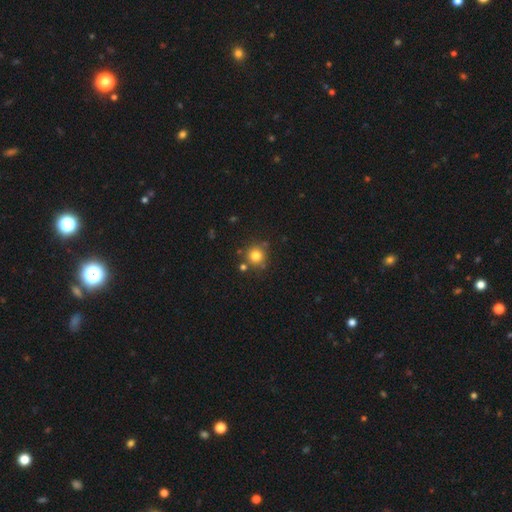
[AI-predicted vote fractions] Smooth or featured: smooth — 79% (star or artifact — 13%)
How rounded: round — 93% (in between — 6%)
Merging: none — 78% (minor disturbance — 10%)